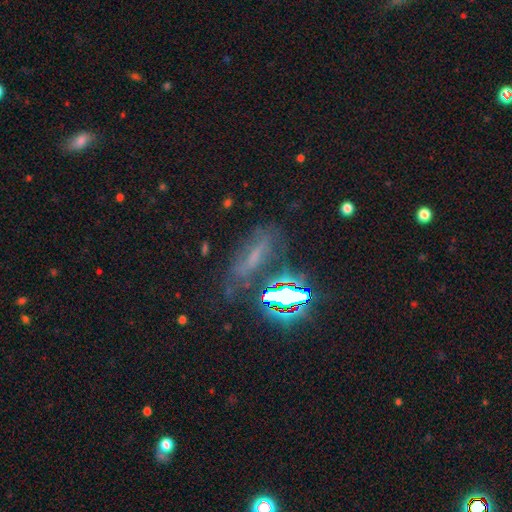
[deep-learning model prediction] Smooth or featured? smooth (36%)
Merging? none (52%)